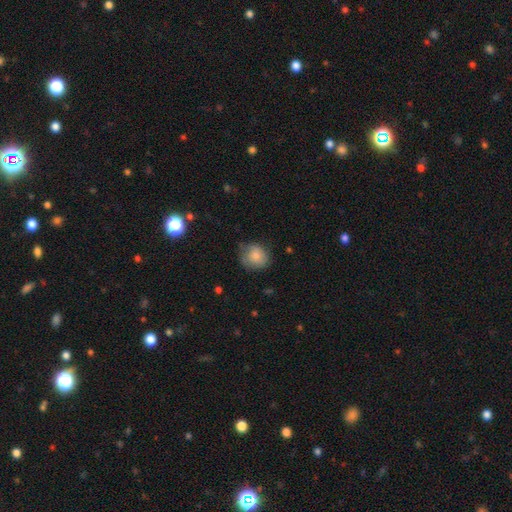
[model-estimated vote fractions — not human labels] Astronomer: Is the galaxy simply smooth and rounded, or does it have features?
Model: smooth — 82%.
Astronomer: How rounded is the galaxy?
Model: round — 78%.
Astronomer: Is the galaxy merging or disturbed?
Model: none — 60%.